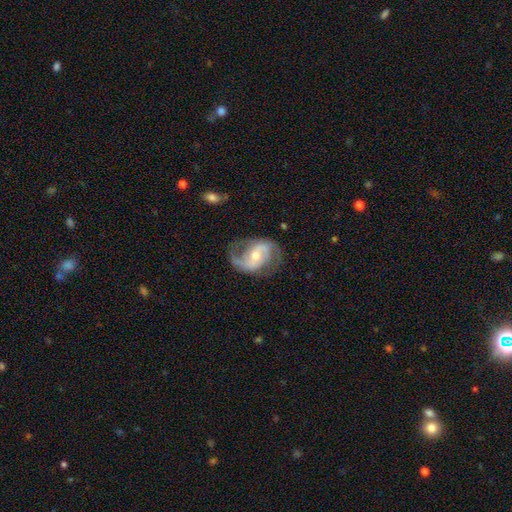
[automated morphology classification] Smooth or featured? Predicted: featured or disk (p=0.86). Edge-on disk? Predicted: no (p=0.97). Bar? Predicted: weak (p=0.43). Spiral arms? Predicted: yes (p=0.95). Spiral winding? Predicted: medium (p=0.49). Spiral arm count? Predicted: 2 (p=0.88). Bulge size? Predicted: moderate (p=0.58). Merging? Predicted: none (p=0.70).